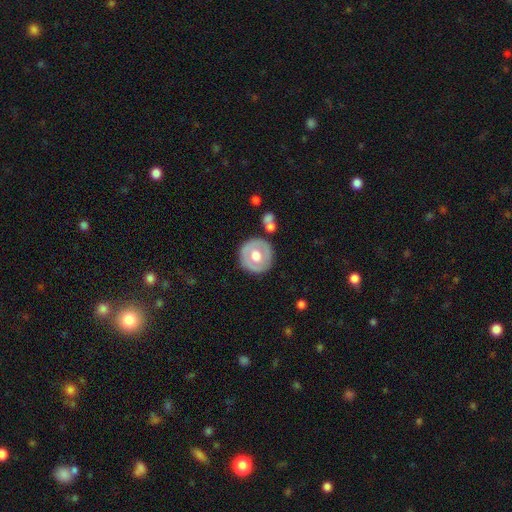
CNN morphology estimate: type=smooth (48%); merging=none (82%).